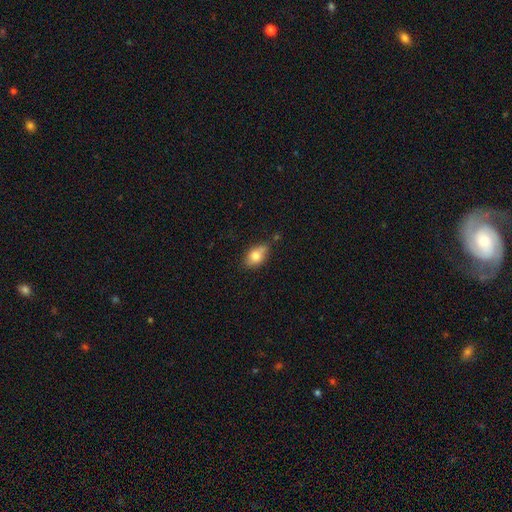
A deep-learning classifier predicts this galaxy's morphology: This is likely a smooth galaxy (79%). How rounded: clearly in between (84%). Merging: likely none (62%).